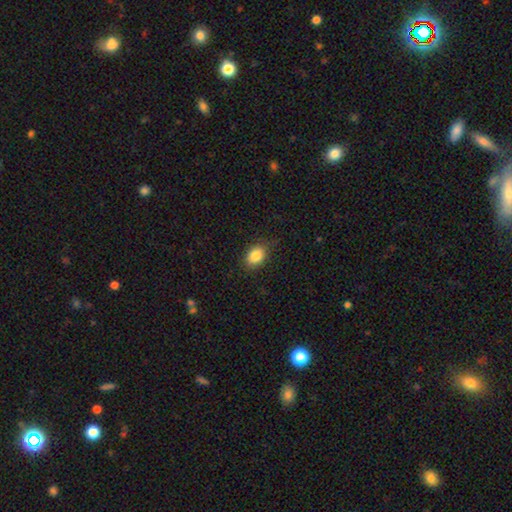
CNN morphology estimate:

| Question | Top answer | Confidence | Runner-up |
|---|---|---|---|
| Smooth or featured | smooth | 85% | star or artifact (9%) |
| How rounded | in between | 77% | round (22%) |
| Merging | none | 81% | minor disturbance (14%) |